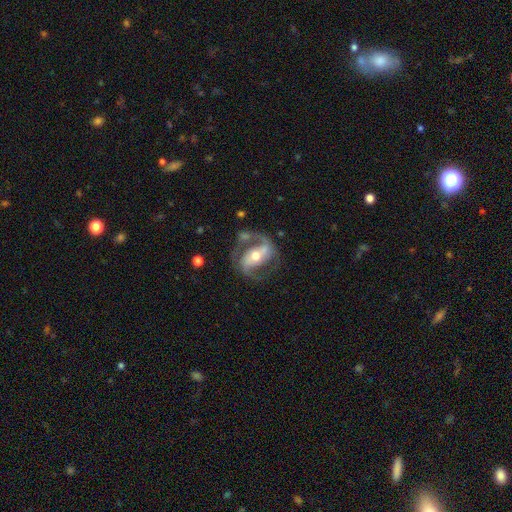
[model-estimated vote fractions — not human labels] Morphology: type=featured or disk (86%); edge-on=no (96%); bar=strong (49%); spiral arms=yes (92%); winding=medium (55%); arm count=2 (89%); bulge=moderate (68%); merging=none (66%).